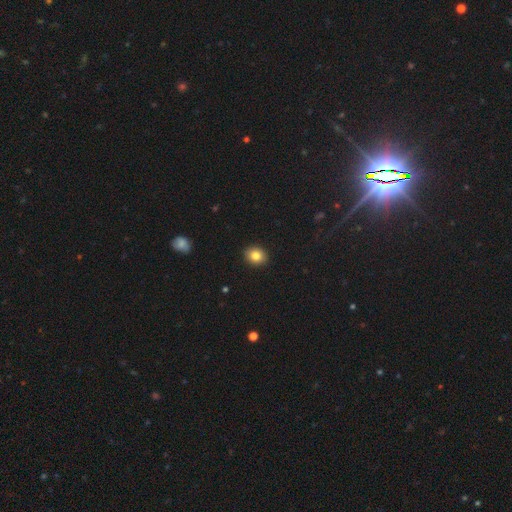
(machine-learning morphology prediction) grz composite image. It shows a smooth galaxy with no disk features (83%) that is round (61%). Merging: none (91%).